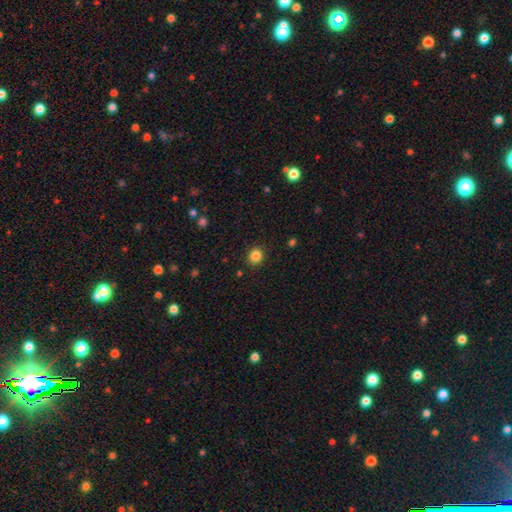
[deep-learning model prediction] Smooth or featured: smooth — 85% (star or artifact — 11%)
How rounded: round — 74% (in between — 25%)
Merging: none — 89% (minor disturbance — 7%)